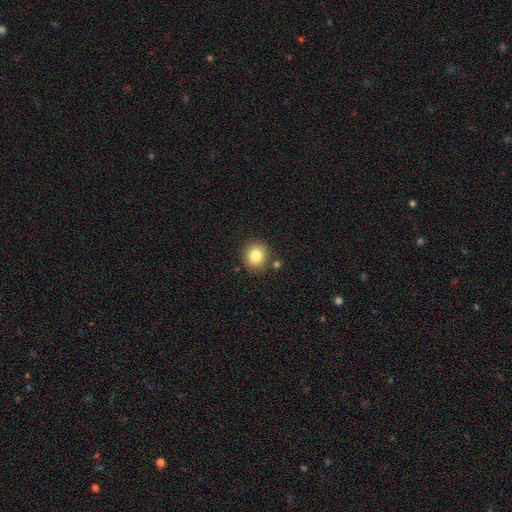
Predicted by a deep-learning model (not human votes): Smooth or featured? smooth (82%)
How rounded? round (85%)
Merging? none (83%)